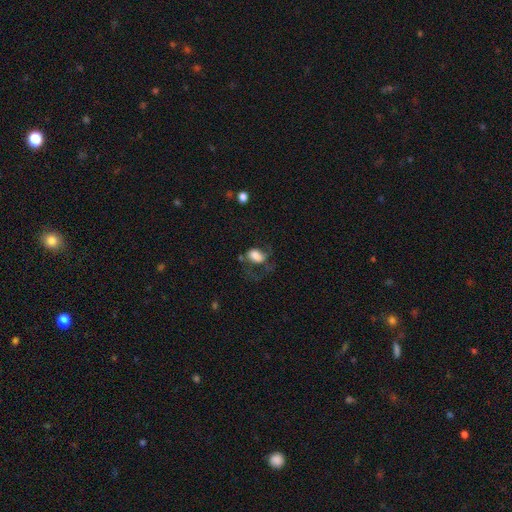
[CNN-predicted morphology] Smooth or featured: smooth — 70% (featured or disk — 21%)
How rounded: in between — 80% (round — 18%)
Merging: major disturbance — 46% (none — 29%)